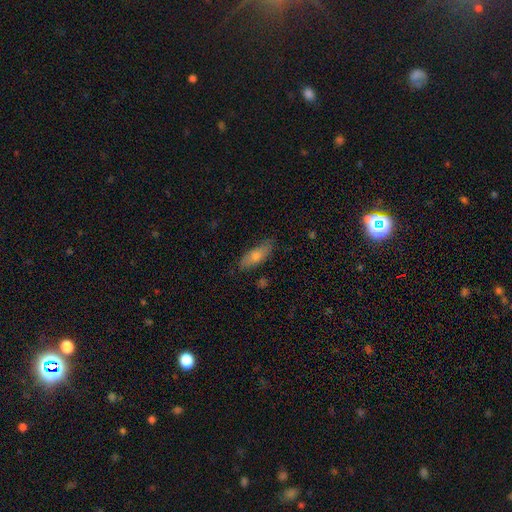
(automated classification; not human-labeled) Smooth or featured? Predicted: smooth (p=0.63). How rounded? Predicted: in between (p=0.57). Merging? Predicted: none (p=0.81).